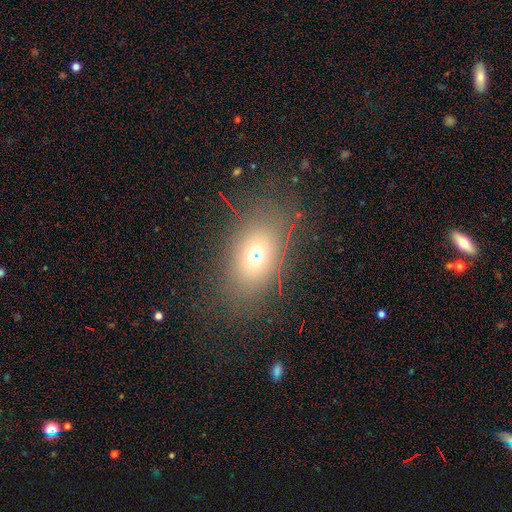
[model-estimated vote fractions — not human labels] smooth_or_featured: smooth (p=0.61) [alt: star or artifact p=0.23]
how_rounded: in between (p=0.71) [alt: round p=0.27]
merging: none (p=0.76) [alt: minor disturbance p=0.12]